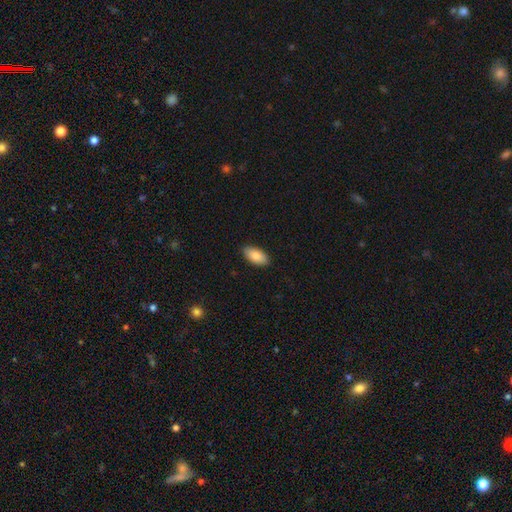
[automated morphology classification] Smooth or featured: smooth — 85% (featured or disk — 9%)
How rounded: in between — 93% (cigar-shaped — 5%)
Merging: none — 88% (minor disturbance — 9%)